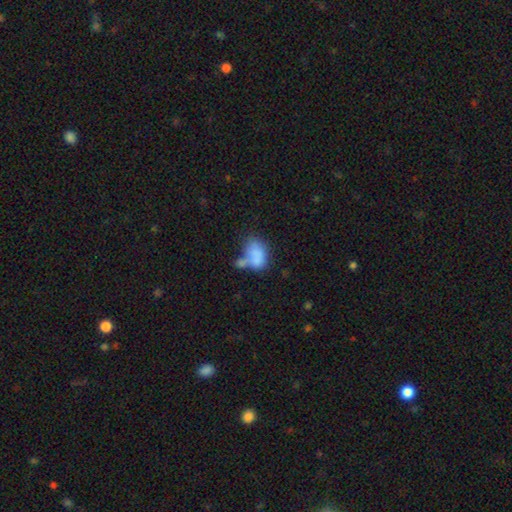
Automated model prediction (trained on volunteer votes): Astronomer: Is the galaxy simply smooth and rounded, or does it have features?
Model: smooth — 72%.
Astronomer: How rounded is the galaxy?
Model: in between — 86%.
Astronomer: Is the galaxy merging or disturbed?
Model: merger — 43% (runner-up: none, 22%).